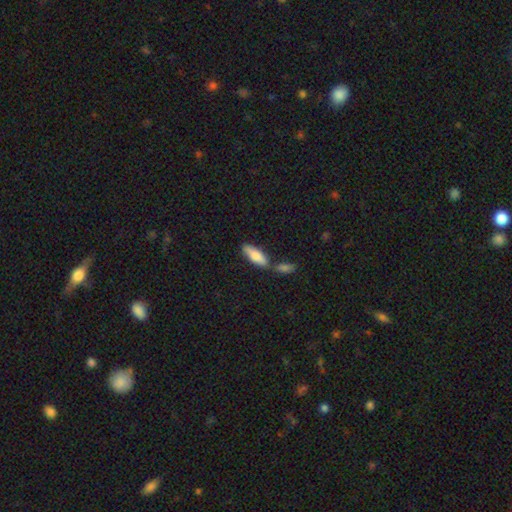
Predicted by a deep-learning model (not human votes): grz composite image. It shows a smooth galaxy with no disk features (76%) that is in between round and cigar-shaped (58%). Merging: none (55%).